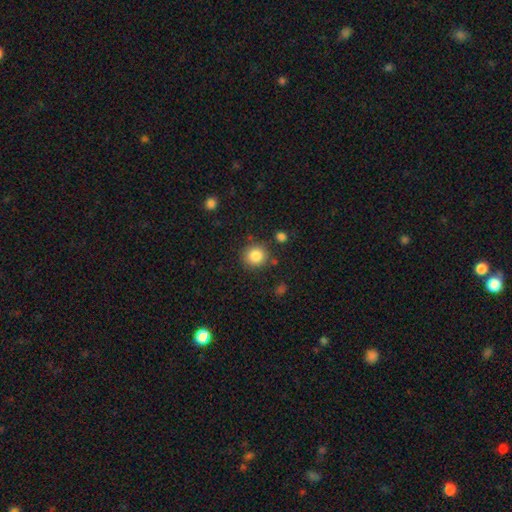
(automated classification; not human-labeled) Morphology: type=smooth (85%); roundness=round (90%); merging=none (85%).